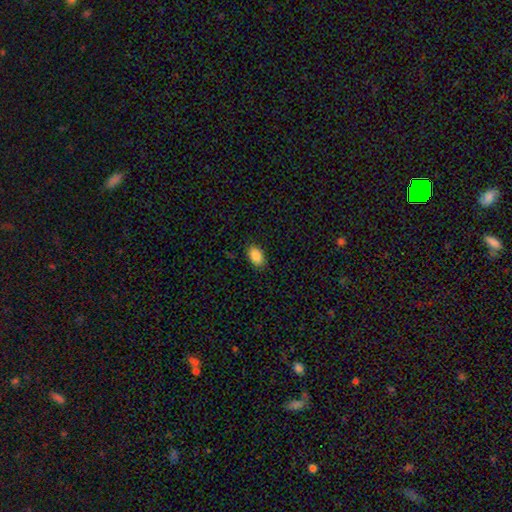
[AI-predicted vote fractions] Smooth or featured?
  - smooth: 89% *
  - star or artifact: 7%
  - featured or disk: 3%
How rounded?
  - in between: 90% *
  - round: 9%
  - cigar-shaped: 1%
Merging?
  - none: 87% *
  - minor disturbance: 10%
  - major disturbance: 2%
  - merger: 1%